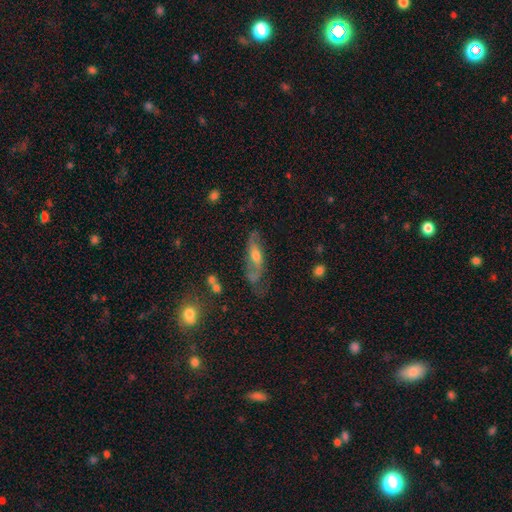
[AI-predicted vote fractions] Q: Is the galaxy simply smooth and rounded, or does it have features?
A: featured or disk — 66%.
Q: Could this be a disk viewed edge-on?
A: no — 76%.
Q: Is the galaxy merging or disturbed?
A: none — 56%.